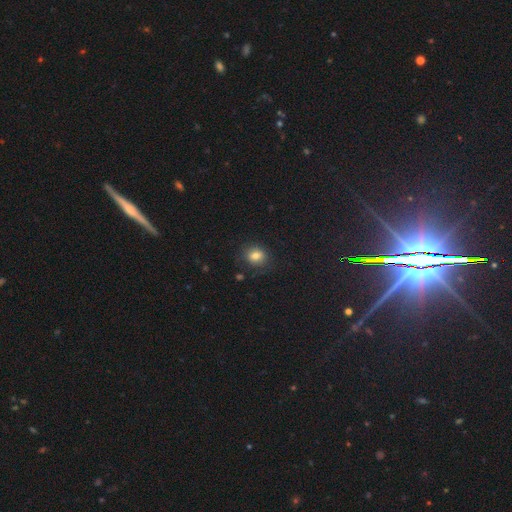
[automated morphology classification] The model was most divided on "how rounded": round: 66%, in between: 33%, cigar-shaped: 1%. More confident: merging — none (81%); smooth or featured — smooth (78%).